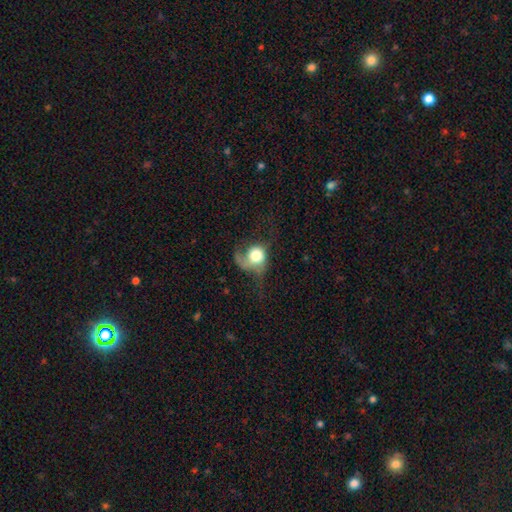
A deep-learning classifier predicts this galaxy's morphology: type=smooth (58%); roundness=round (73%); merging=major disturbance (47%).